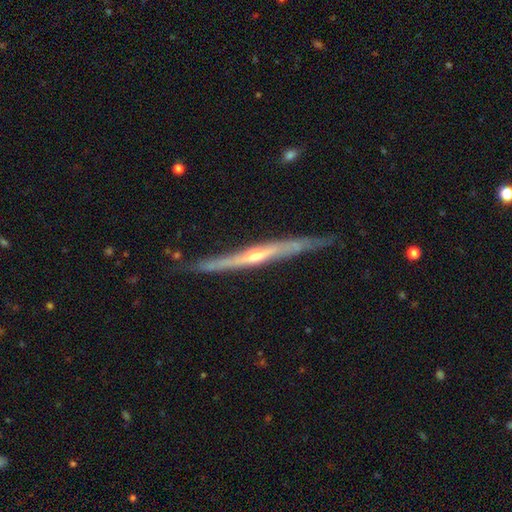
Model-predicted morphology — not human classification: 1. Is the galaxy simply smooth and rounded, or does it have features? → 80% featured or disk, 15% smooth, 5% star or artifact.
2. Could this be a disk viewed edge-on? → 96% yes, 4% no.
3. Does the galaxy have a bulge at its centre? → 65% rounded, 30% none, 5% boxy.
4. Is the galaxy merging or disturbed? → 77% none, 19% minor disturbance, 3% major disturbance, 2% merger.